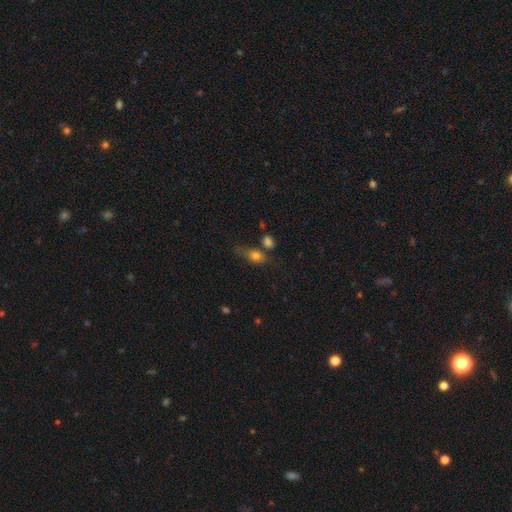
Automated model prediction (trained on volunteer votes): Smooth or featured? Predicted: smooth (p=0.75). How rounded? Predicted: in between (p=0.71). Merging? Predicted: none (p=0.45).